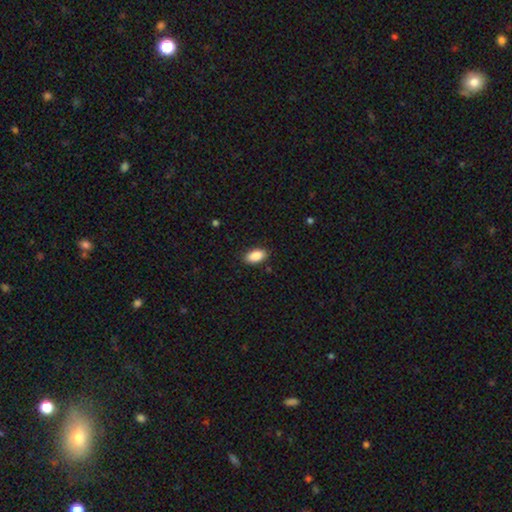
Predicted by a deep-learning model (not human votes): The model was most divided on "merging": none: 88%, minor disturbance: 9%, major disturbance: 2%, merger: 1%. More confident: how rounded — in between (94%); smooth or featured — smooth (89%).